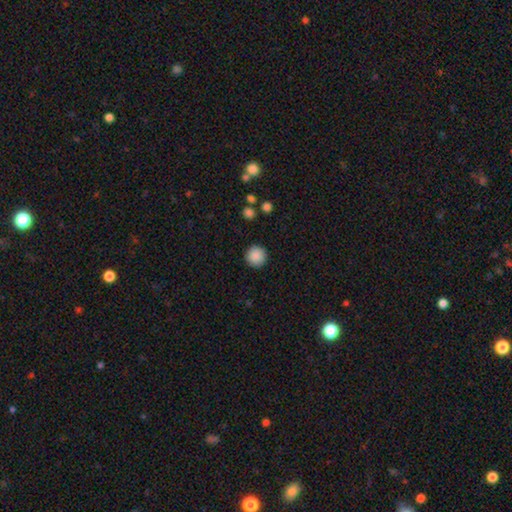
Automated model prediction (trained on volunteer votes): This is clearly a smooth galaxy (88%). How rounded: clearly round (95%). Merging: clearly none (91%).